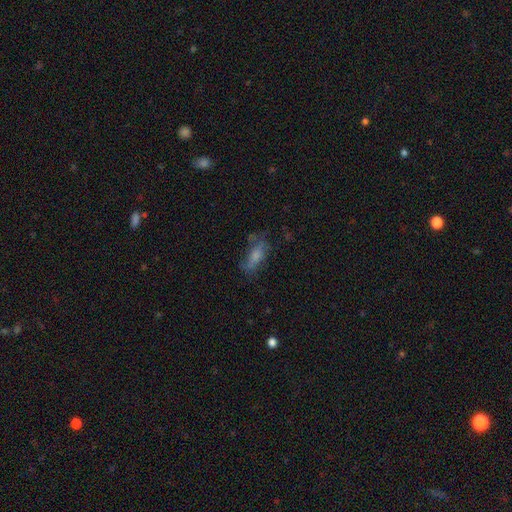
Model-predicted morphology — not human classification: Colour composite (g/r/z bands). It shows a smooth galaxy with no disk features (60%) that is in between round and cigar-shaped (68%). Merging: none (48%).